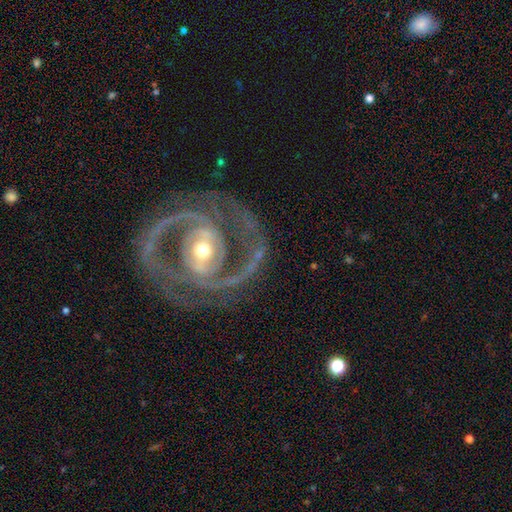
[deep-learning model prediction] Smooth or featured: featured or disk — 93% (star or artifact — 4%)
Edge-on disk: no — 98% (yes — 2%)
Bar: strong — 35% (no — 33%)
Spiral arms: yes — 98% (no — 2%)
Spiral winding: medium — 49% (tight — 43%)
Spiral arm count: 2 — 87% (3 — 5%)
Bulge size: moderate — 64% (small — 28%)
Merging: none — 80% (minor disturbance — 12%)